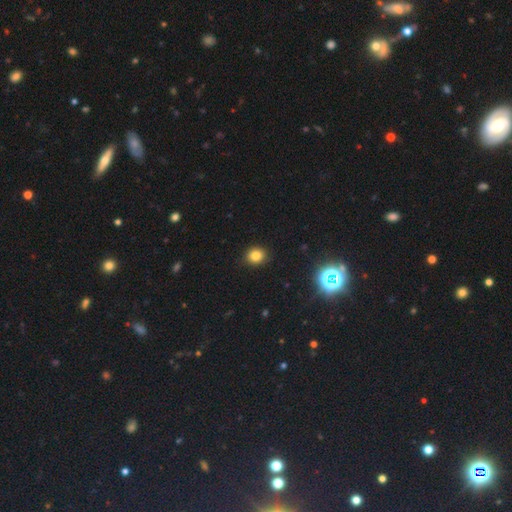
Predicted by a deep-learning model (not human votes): This appears to be a smooth galaxy with no disk features (80%) that is round (74%). Merging: none (89%).